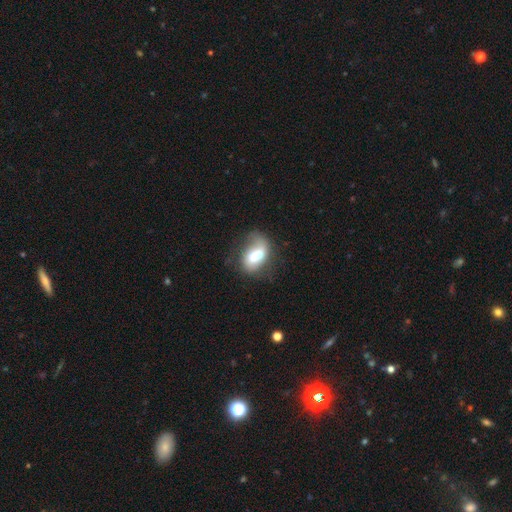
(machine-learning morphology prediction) smooth 56%, featured or disk 36%, star or artifact 9%. Down the decision tree: how rounded — in between (83%); merging — none (43%).